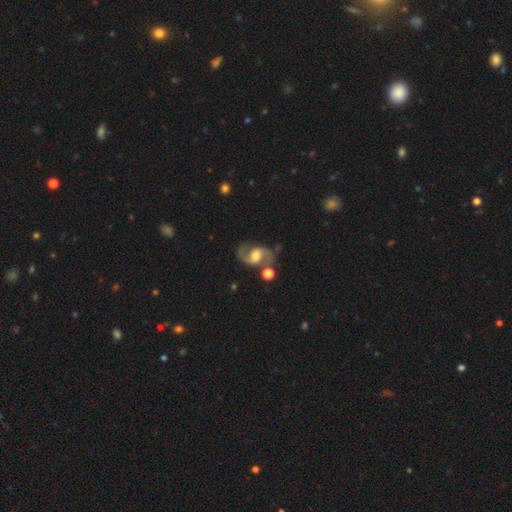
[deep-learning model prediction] Smooth or featured?
  - featured or disk: 84% *
  - smooth: 10%
  - star or artifact: 6%
Edge-on disk?
  - no: 97% *
  - yes: 3%
Bar?
  - weak: 51% *
  - no: 31%
  - strong: 18%
Spiral arms?
  - yes: 95% *
  - no: 5%
Spiral winding?
  - medium: 51% *
  - loose: 38%
  - tight: 10%
Spiral arm count?
  - 2: 91% *
  - 1: 3%
  - can't tell: 3%
  - 3: 1%
  - 4: 1%
  - more than 4: 1%
Bulge size?
  - moderate: 52% *
  - small: 21%
  - large: 19%
  - none: 6%
  - dominant: 2%
Merging?
  - none: 69% *
  - minor disturbance: 15%
  - merger: 9%
  - major disturbance: 7%